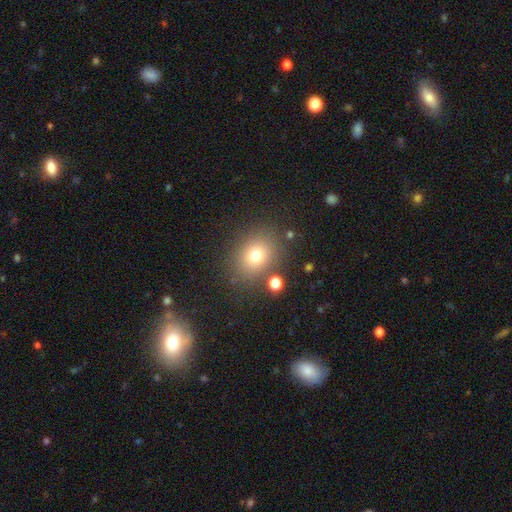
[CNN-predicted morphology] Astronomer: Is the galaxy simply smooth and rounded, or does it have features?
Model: smooth — 73%.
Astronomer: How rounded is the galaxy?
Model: round — 58% (runner-up: in between, 41%).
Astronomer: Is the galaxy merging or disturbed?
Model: none — 80%.